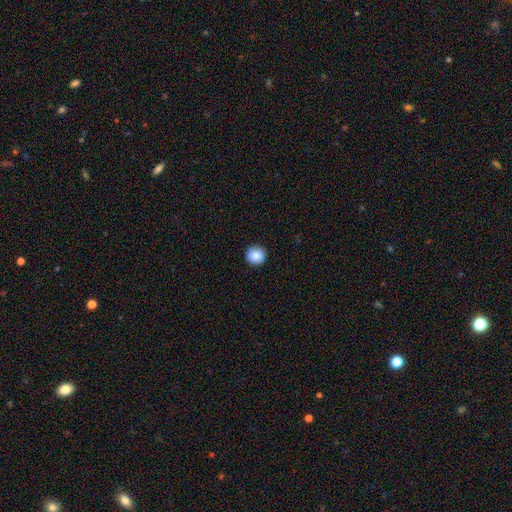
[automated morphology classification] Smooth or featured? smooth (87%)
How rounded? round (90%)
Merging? none (90%)